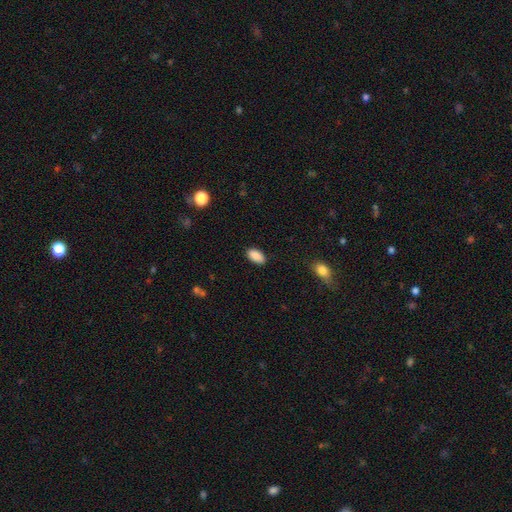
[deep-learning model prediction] A smooth galaxy with no disk features (89%) that is in between round and cigar-shaped (94%). Merging: none (88%).